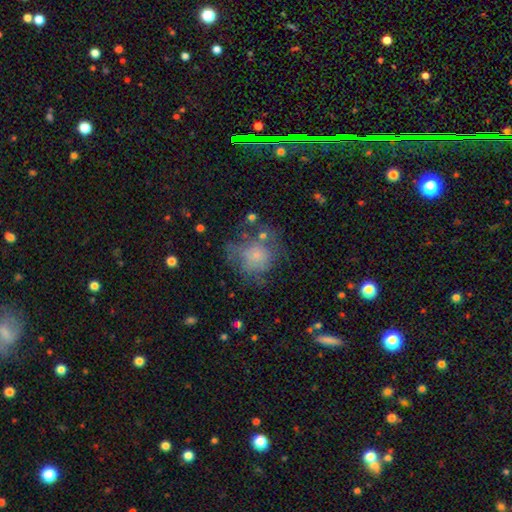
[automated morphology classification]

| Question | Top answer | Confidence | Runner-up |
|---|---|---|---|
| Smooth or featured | smooth | 63% | featured or disk (25%) |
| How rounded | round | 82% | in between (17%) |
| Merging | none | 46% | major disturbance (24%) |